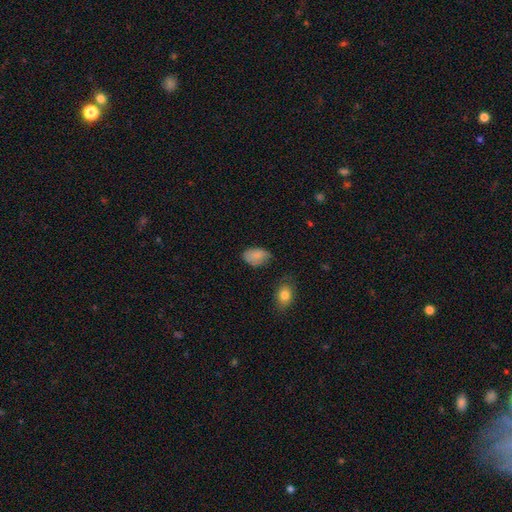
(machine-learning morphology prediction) smooth_or_featured: smooth (p=0.83) [alt: star or artifact p=0.09]
how_rounded: in between (p=0.90) [alt: round p=0.08]
merging: none (p=0.63) [alt: minor disturbance p=0.28]